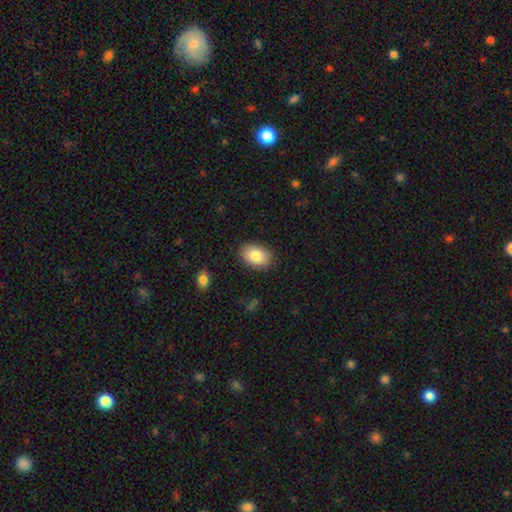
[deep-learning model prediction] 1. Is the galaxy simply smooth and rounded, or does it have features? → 84% smooth, 9% featured or disk, 7% star or artifact.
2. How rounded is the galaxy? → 86% in between, 13% round, 1% cigar-shaped.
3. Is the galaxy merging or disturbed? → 87% none, 9% minor disturbance, 2% major disturbance, 1% merger.